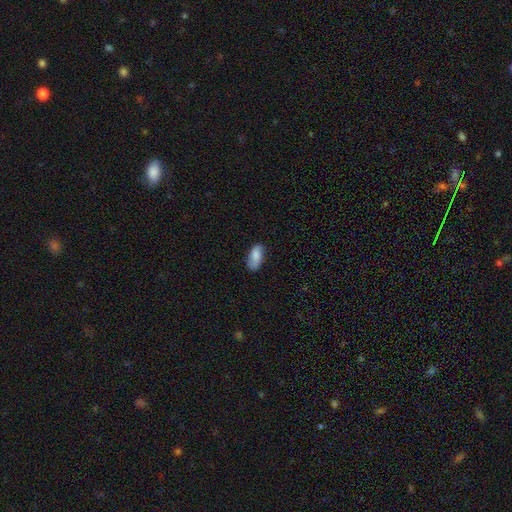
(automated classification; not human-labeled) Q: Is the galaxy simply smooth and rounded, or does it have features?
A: smooth — 84%.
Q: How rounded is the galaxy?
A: in between — 91%.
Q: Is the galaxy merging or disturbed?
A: none — 76%.